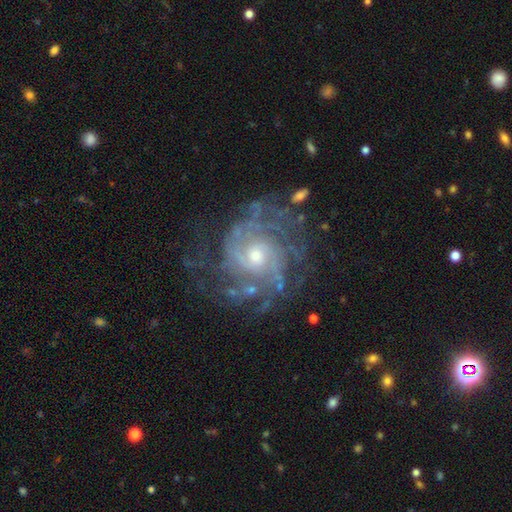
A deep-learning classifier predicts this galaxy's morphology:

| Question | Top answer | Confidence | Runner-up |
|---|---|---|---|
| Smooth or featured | featured or disk | 86% | star or artifact (8%) |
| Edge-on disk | no | 97% | yes (3%) |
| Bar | no | 69% | weak (26%) |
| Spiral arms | yes | 95% | no (5%) |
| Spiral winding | tight | 58% | medium (33%) |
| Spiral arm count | can't tell | 34% | 2 (18%) |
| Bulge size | moderate | 49% | small (46%) |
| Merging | none | 71% | minor disturbance (16%) |